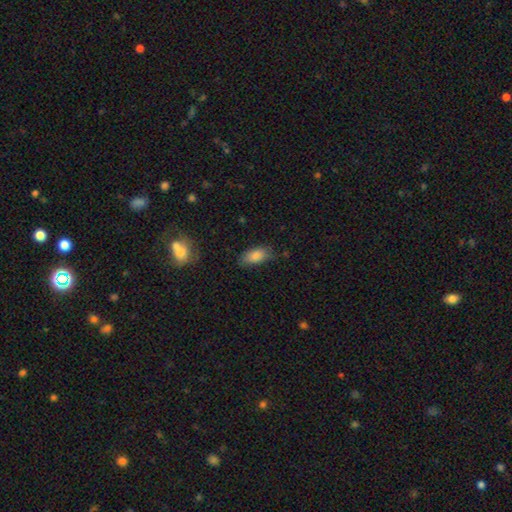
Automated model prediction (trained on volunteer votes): smooth_or_featured: smooth (p=0.85) [alt: star or artifact p=0.08]
how_rounded: in between (p=0.89) [alt: cigar-shaped p=0.08]
merging: none (p=0.75) [alt: minor disturbance p=0.19]